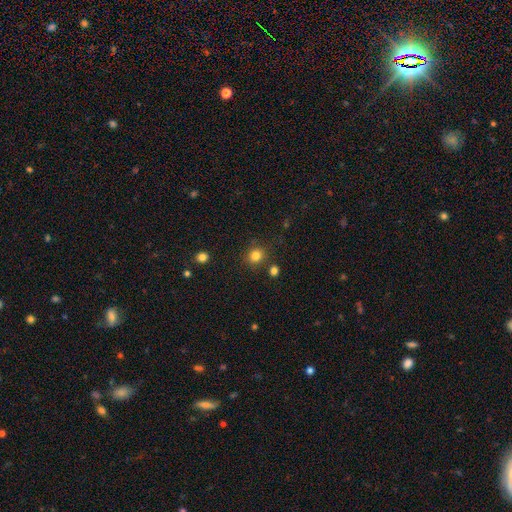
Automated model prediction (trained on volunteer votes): Q: Smooth or featured?
A: smooth (81%); runner-up: star or artifact (13%)
Q: How rounded?
A: round (85%); runner-up: in between (14%)
Q: Merging?
A: none (81%); runner-up: minor disturbance (10%)